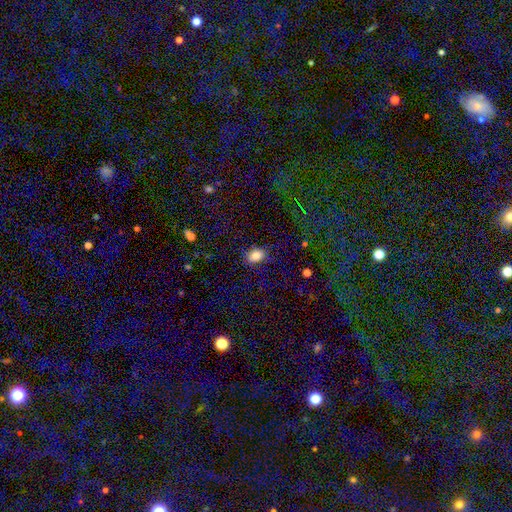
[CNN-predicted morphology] smooth-or-featured: smooth: 85% | star or artifact: 10% | featured or disk: 6%
  how-rounded: in between: 77% | round: 22% | cigar-shaped: 1%
  merging: none: 76% | minor disturbance: 18% | major disturbance: 5% | merger: 1%